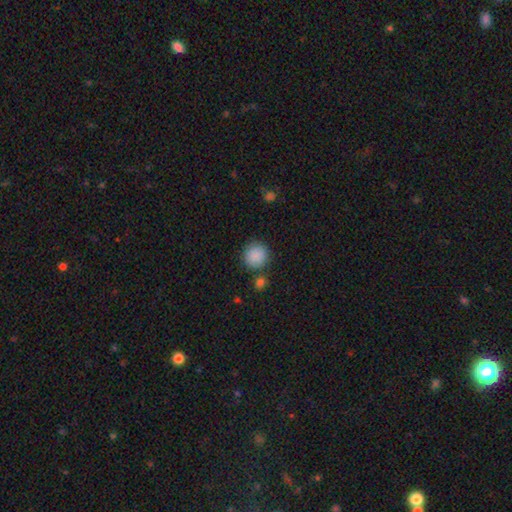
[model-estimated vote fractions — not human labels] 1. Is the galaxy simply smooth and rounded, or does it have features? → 89% smooth, 8% star or artifact, 3% featured or disk.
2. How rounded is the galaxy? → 92% round, 7% in between, 1% cigar-shaped.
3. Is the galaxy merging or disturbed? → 82% none, 9% minor disturbance, 6% merger, 3% major disturbance.